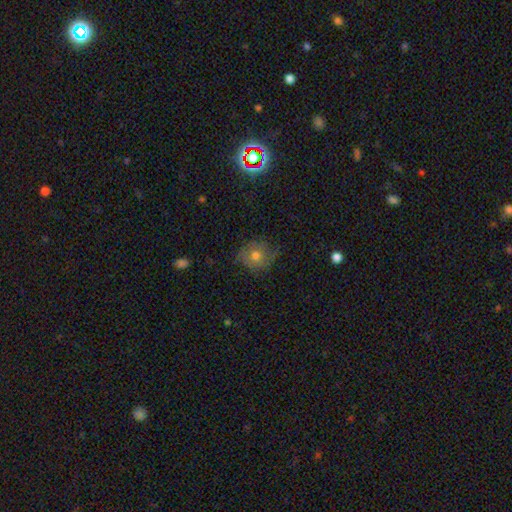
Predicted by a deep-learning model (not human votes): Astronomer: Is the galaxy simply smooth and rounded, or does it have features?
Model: smooth — 69%.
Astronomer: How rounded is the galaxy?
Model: round — 78%.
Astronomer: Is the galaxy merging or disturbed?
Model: none — 65%.